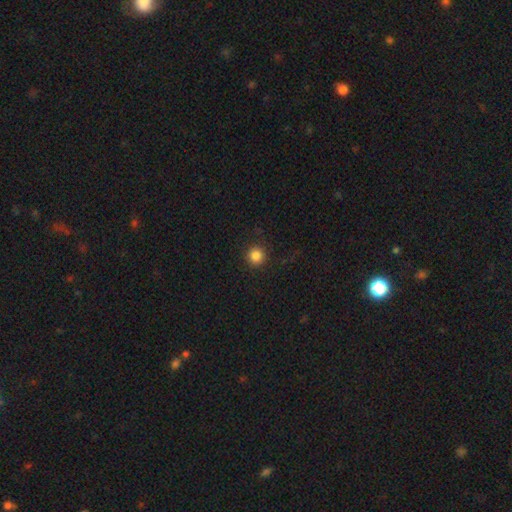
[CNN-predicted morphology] Smooth or featured?
  - smooth: 85% *
  - star or artifact: 11%
  - featured or disk: 4%
How rounded?
  - round: 95% *
  - in between: 4%
  - cigar-shaped: 1%
Merging?
  - none: 90% *
  - minor disturbance: 6%
  - major disturbance: 3%
  - merger: 1%